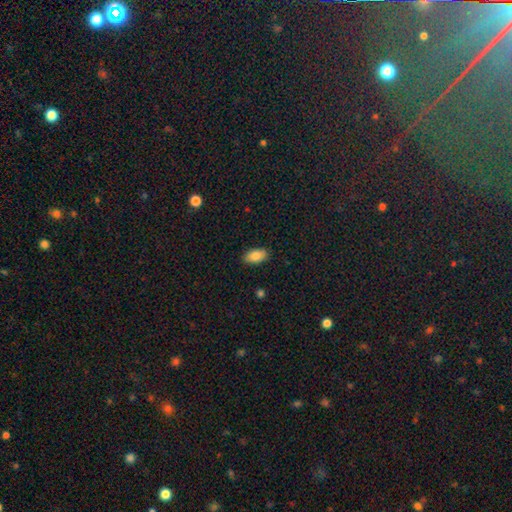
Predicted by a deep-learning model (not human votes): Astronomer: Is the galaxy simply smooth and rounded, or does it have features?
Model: smooth — 85%.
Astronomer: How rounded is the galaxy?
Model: in between — 93%.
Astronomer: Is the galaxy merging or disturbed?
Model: none — 87%.